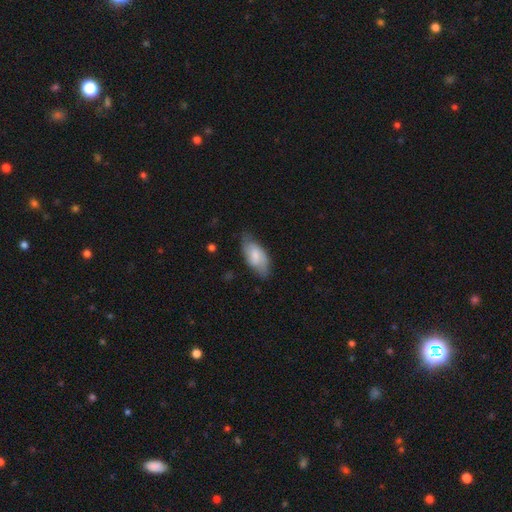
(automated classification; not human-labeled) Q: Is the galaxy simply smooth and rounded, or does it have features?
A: smooth — 65%.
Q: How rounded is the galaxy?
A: in between — 89%.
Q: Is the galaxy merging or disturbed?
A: none — 65%.